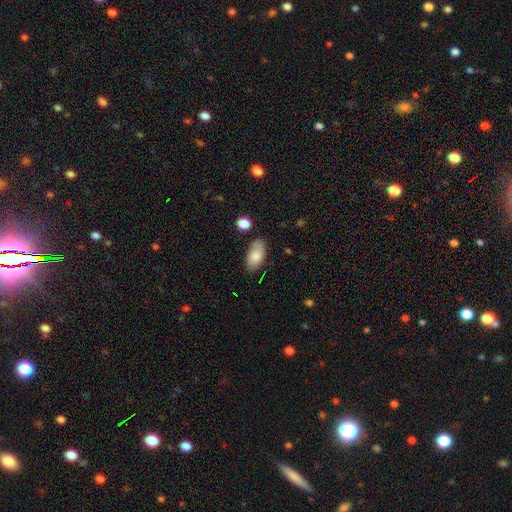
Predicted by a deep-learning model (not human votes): smooth 84%, featured or disk 10%, star or artifact 7%. Down the decision tree: how rounded — in between (94%); merging — none (75%).